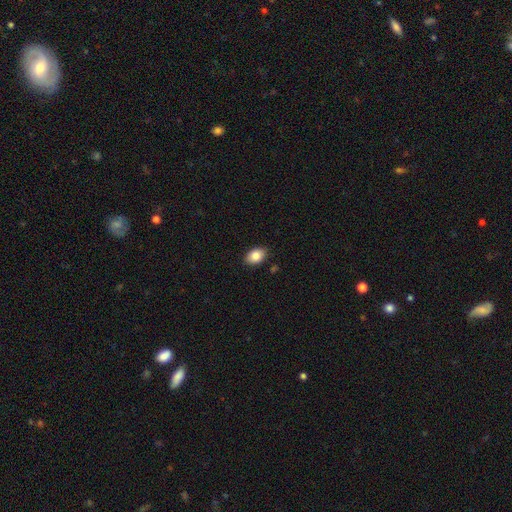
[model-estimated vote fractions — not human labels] smooth_or_featured: smooth (p=0.85) [alt: star or artifact p=0.08]
how_rounded: in between (p=0.84) [alt: round p=0.14]
merging: none (p=0.87) [alt: minor disturbance p=0.10]